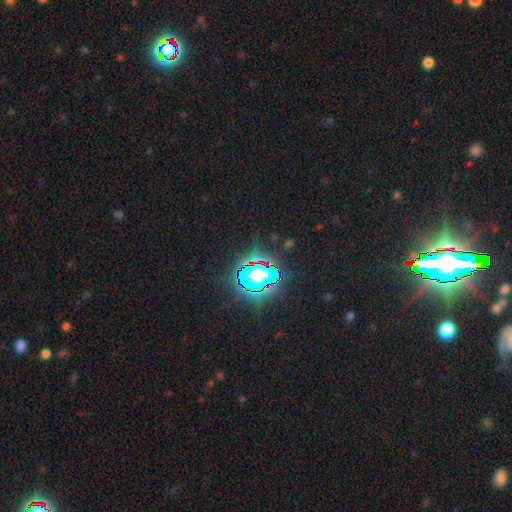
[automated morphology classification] Smooth or featured: star or artifact — 75% (smooth — 15%)